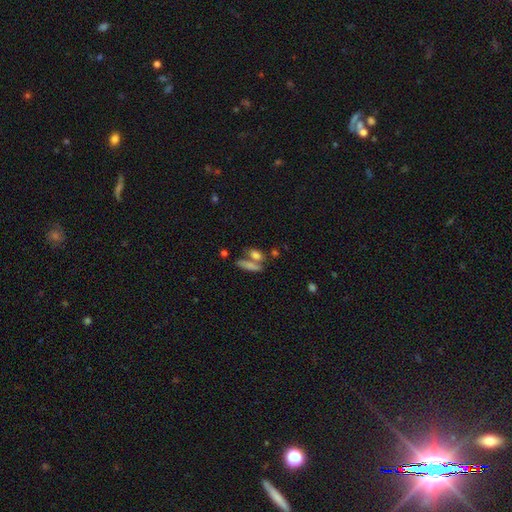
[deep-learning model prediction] Smooth or featured: smooth — 75% (featured or disk — 15%)
How rounded: in between — 62% (cigar-shaped — 28%)
Merging: none — 47% (merger — 37%)